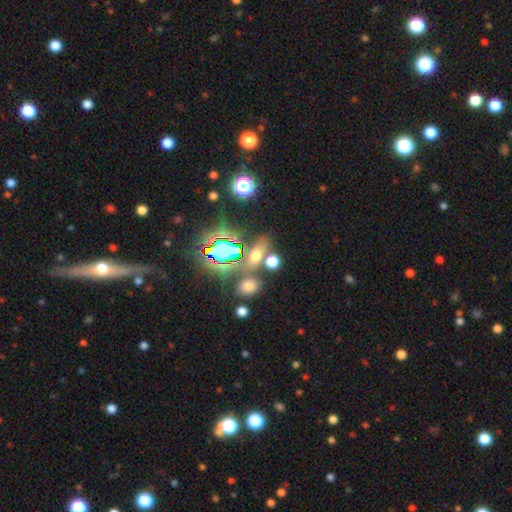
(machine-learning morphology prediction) Smooth or featured? smooth (54%)
How rounded? in between (69%)
Merging? none (65%)